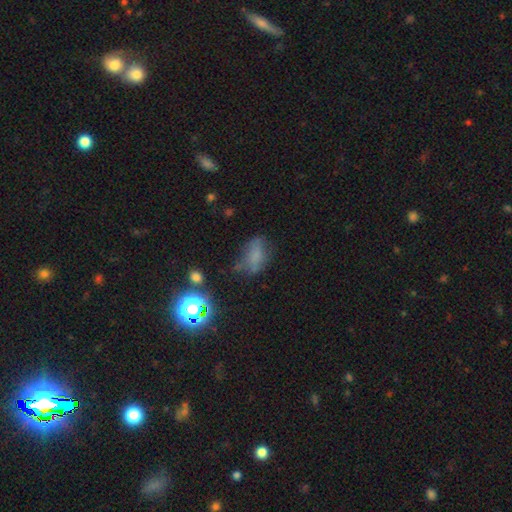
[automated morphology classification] This is possibly a smooth galaxy (59%). How rounded: clearly in between (81%). Merging: possibly none (47%).